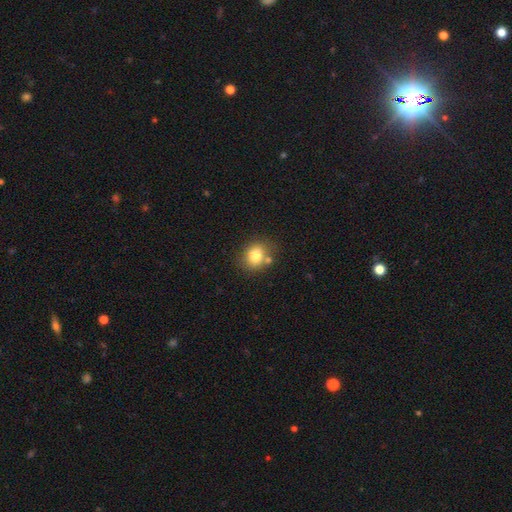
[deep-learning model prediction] A smooth galaxy with no disk features (79%) that is round (64%). Merging: none (69%).